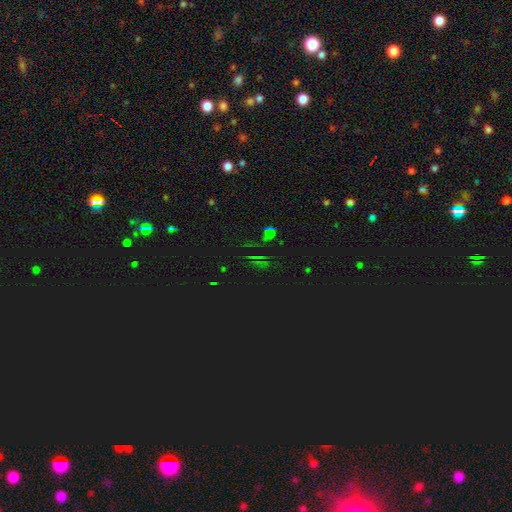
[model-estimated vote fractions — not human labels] Overall: star or artifact (76%).